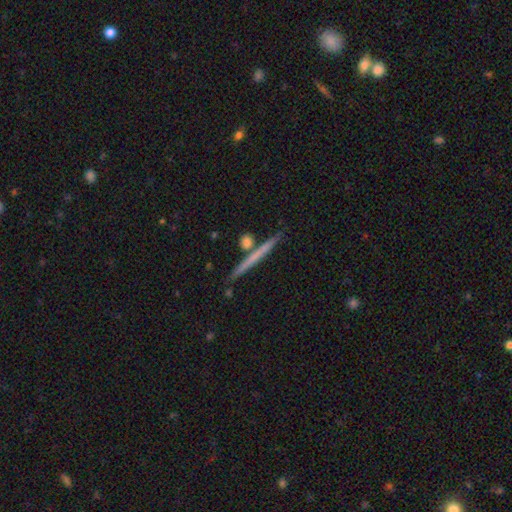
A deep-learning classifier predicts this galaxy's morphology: Q: Smooth or featured?
A: featured or disk (48%); runner-up: smooth (46%)
Q: Merging?
A: none (83%); runner-up: merger (8%)